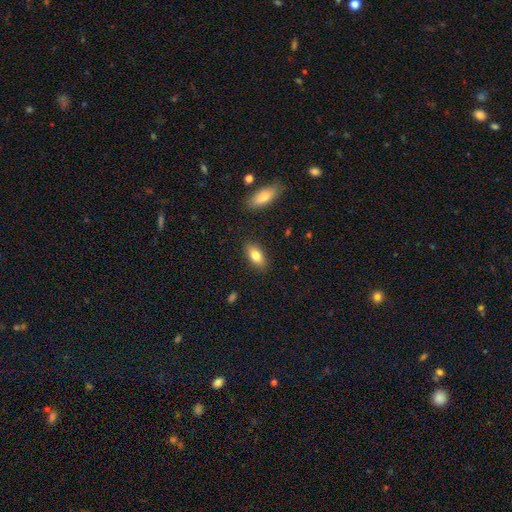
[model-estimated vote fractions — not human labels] Smooth or featured?
  - smooth: 81% *
  - featured or disk: 12%
  - star or artifact: 7%
How rounded?
  - in between: 89% *
  - cigar-shaped: 7%
  - round: 4%
Merging?
  - none: 86% *
  - minor disturbance: 10%
  - major disturbance: 2%
  - merger: 2%